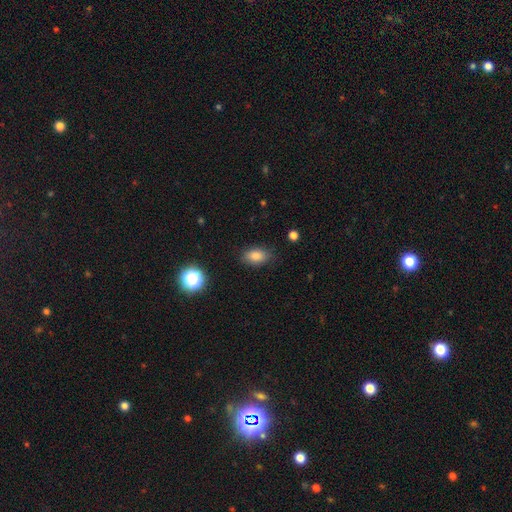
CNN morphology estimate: A smooth galaxy with no disk features (82%) that is in between round and cigar-shaped (85%).

Vote fractions:
- Smooth or featured? smooth: 82% / star or artifact: 11% / featured or disk: 7%
- How rounded? in between: 85% / round: 13% / cigar-shaped: 2%
- Merging? none: 82% / minor disturbance: 13% / major disturbance: 3% / merger: 1%